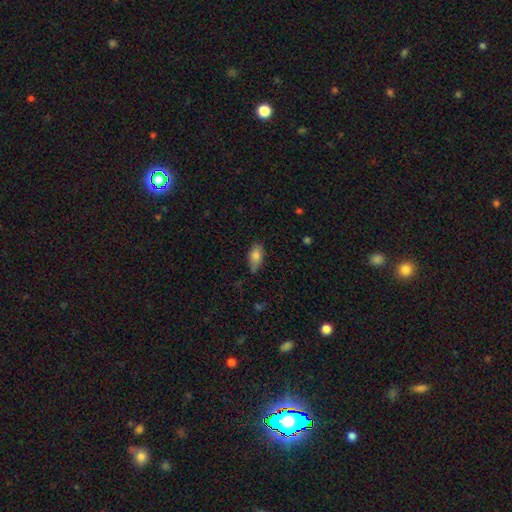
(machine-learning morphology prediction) type=smooth (80%); roundness=in between (87%); merging=none (56%).